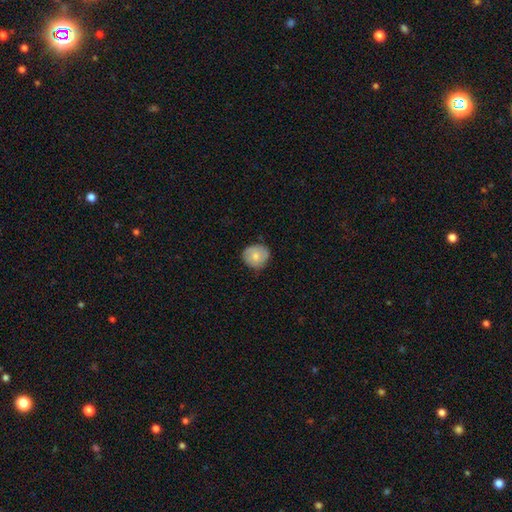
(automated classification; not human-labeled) This is likely a smooth galaxy (74%). How rounded: clearly round (86%). Merging: likely none (79%).